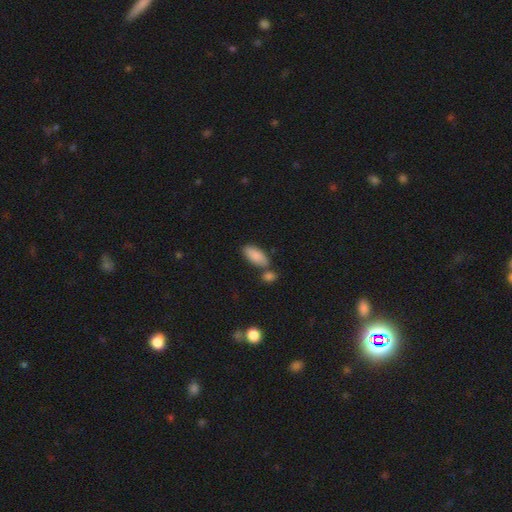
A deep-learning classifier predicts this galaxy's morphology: A smooth galaxy with no disk features (87%) that is in between round and cigar-shaped (88%). Merging: none (63%).